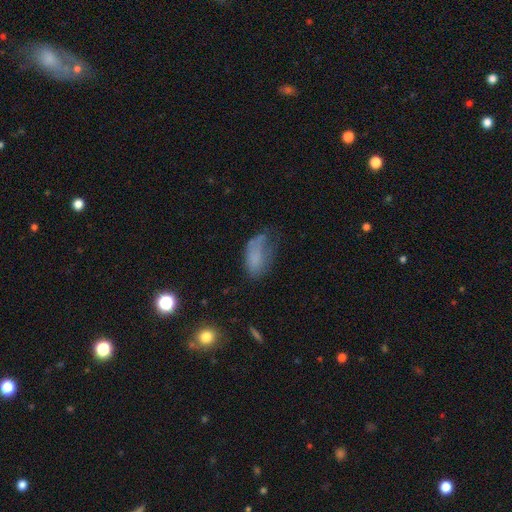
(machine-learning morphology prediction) The model was most divided on "merging" (2-way tie): major disturbance: 33%, minor disturbance: 33%, none: 31%, merger: 4%. More confident: how rounded — in between (90%); smooth or featured — smooth (66%).